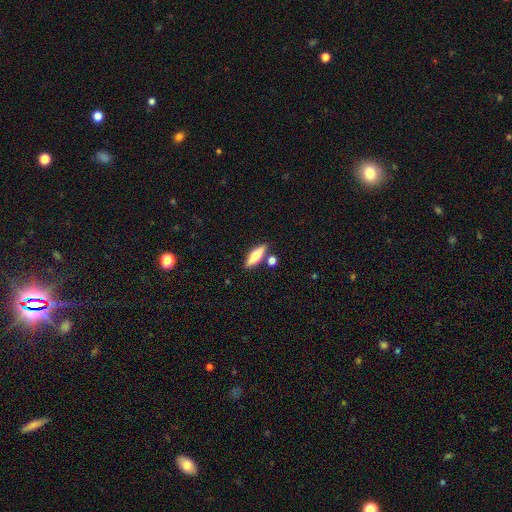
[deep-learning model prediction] smooth-or-featured: smooth: 62% | featured or disk: 32% | star or artifact: 7%
  how-rounded: in between: 50% | cigar-shaped: 46% | round: 4%
  merging: none: 77% | minor disturbance: 11% | merger: 10% | major disturbance: 3%